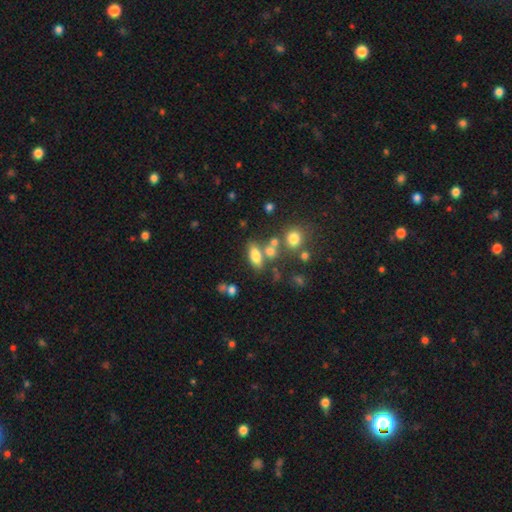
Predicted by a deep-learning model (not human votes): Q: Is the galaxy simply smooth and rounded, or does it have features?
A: smooth — 74%.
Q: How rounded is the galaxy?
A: in between — 81%.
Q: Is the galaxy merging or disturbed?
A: none — 56%.